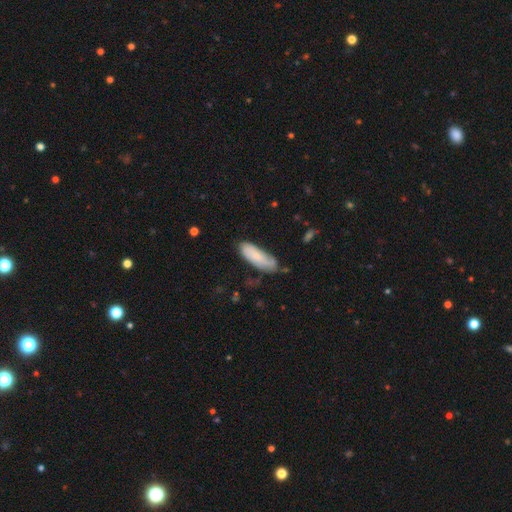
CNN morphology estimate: This is likely a smooth galaxy (72%). How rounded: likely in between (60%). Merging: likely none (63%).